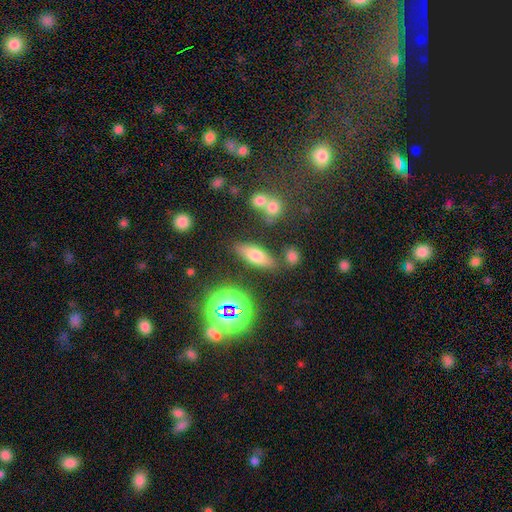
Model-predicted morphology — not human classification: A smooth galaxy with no disk features (61%) that is in between round and cigar-shaped (61%).

Vote fractions:
- Smooth or featured? smooth: 61% / featured or disk: 24% / star or artifact: 15%
- How rounded? in between: 61% / cigar-shaped: 34% / round: 5%
- Merging? none: 77% / minor disturbance: 12% / merger: 7% / major disturbance: 4%